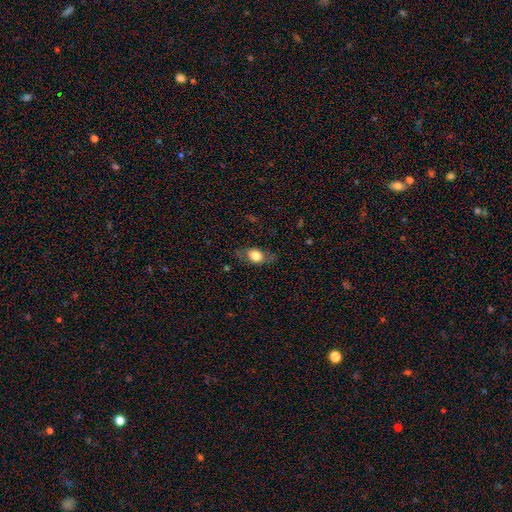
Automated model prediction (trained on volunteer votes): A smooth galaxy with no disk features (70%) that is in between round and cigar-shaped (75%).

Vote fractions:
- Smooth or featured? smooth: 70% / featured or disk: 22% / star or artifact: 8%
- How rounded? in between: 75% / round: 21% / cigar-shaped: 4%
- Merging? none: 71% / minor disturbance: 19% / major disturbance: 8% / merger: 1%